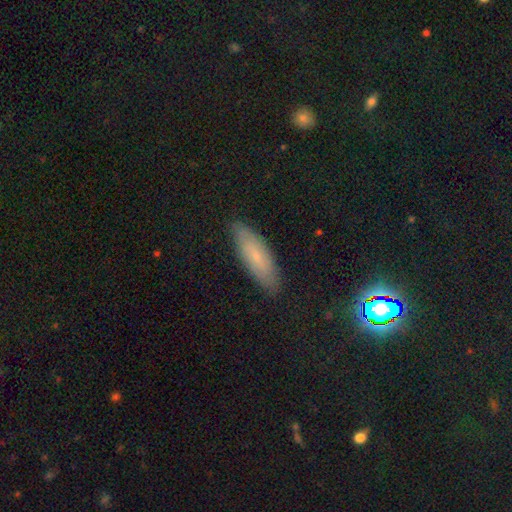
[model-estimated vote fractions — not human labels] Smooth or featured: smooth — 63% (featured or disk — 26%)
How rounded: cigar-shaped — 49% (tied with in between — 49%)
Merging: none — 85% (minor disturbance — 11%)